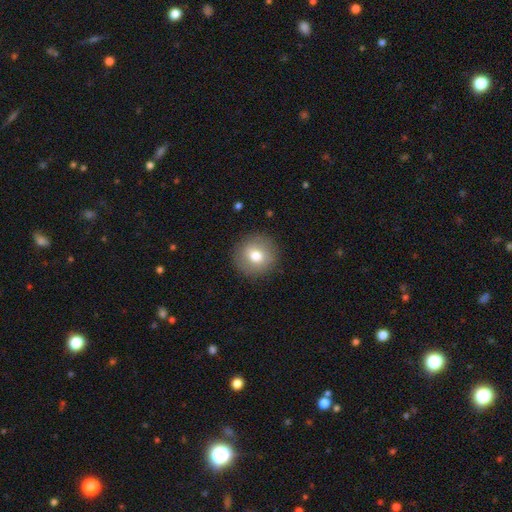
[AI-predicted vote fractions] A smooth galaxy with no disk features (76%) that is round (93%).

Vote fractions:
- Smooth or featured? smooth: 76% / featured or disk: 15% / star or artifact: 9%
- How rounded? round: 93% / in between: 6% / cigar-shaped: 1%
- Merging? none: 89% / minor disturbance: 7% / major disturbance: 3% / merger: 1%